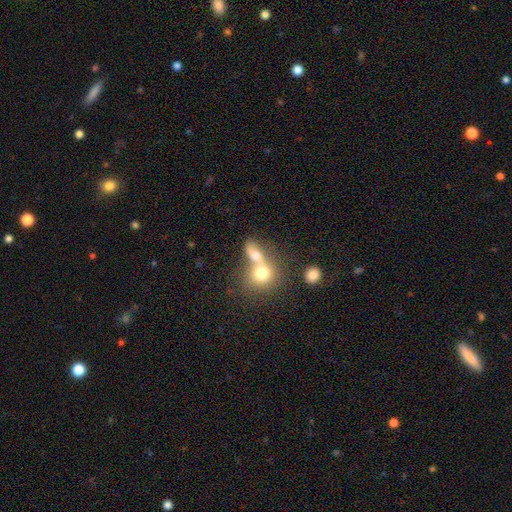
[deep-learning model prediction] Smooth or featured: smooth — 67% (featured or disk — 23%)
How rounded: round — 49% (in between — 45%)
Merging: merger — 69% (none — 19%)